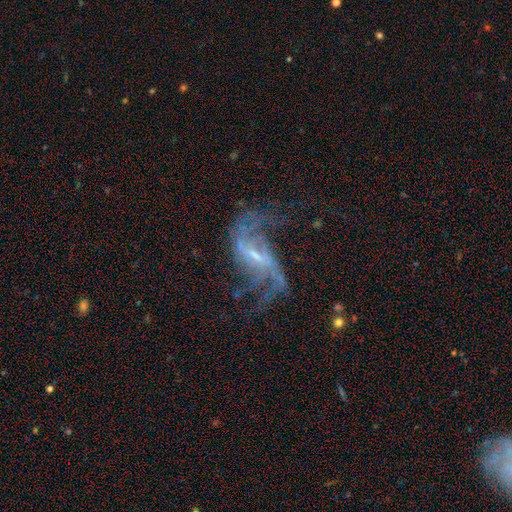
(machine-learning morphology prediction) This is clearly a featured or disk galaxy (86%). It is clearly not viewed edge-on (95%). Bar: possibly weak (46%). Spiral arm pattern: clearly yes (92%). Spiral arm count: likely 2 (69%). Spiral winding: likely loose (75%). Central bulge: likely small (66%). Merging: possibly none (51%).